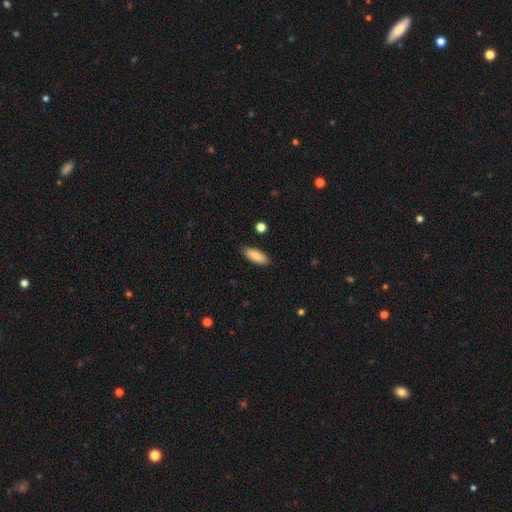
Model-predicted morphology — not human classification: Q: Smooth or featured?
A: smooth (83%); runner-up: featured or disk (10%)
Q: How rounded?
A: in between (74%); runner-up: cigar-shaped (24%)
Q: Merging?
A: none (88%); runner-up: minor disturbance (9%)